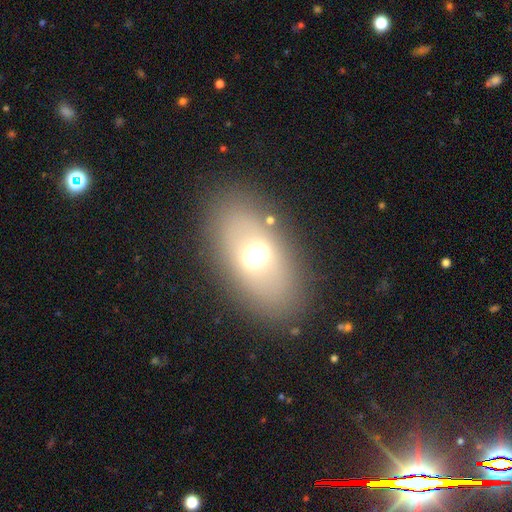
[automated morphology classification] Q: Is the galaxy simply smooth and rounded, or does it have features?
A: smooth — 51%.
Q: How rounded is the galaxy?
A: in between — 84%.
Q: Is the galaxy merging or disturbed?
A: none — 82%.